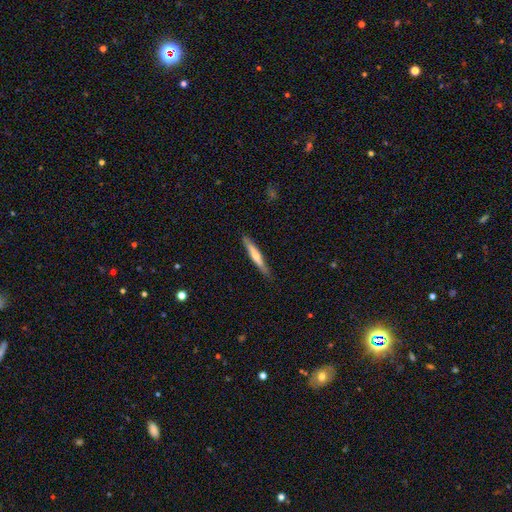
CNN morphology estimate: smooth_or_featured: smooth (p=0.50) [alt: featured or disk p=0.44]
how_rounded: cigar-shaped (p=0.94) [alt: in between p=0.05]
merging: none (p=0.88) [alt: minor disturbance p=0.10]